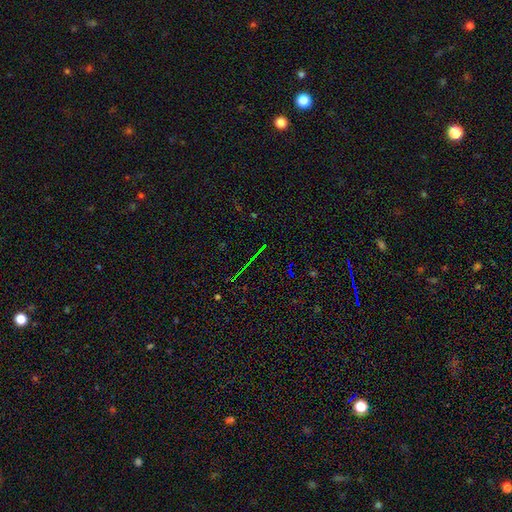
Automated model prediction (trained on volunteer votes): This appears to be a star or artifact, not a galaxy (78%).